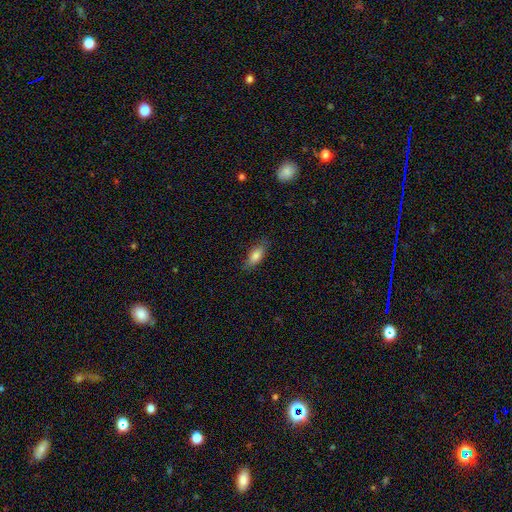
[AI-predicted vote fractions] Smooth or featured: smooth — 81% (featured or disk — 12%)
How rounded: in between — 78% (cigar-shaped — 20%)
Merging: none — 82% (minor disturbance — 14%)